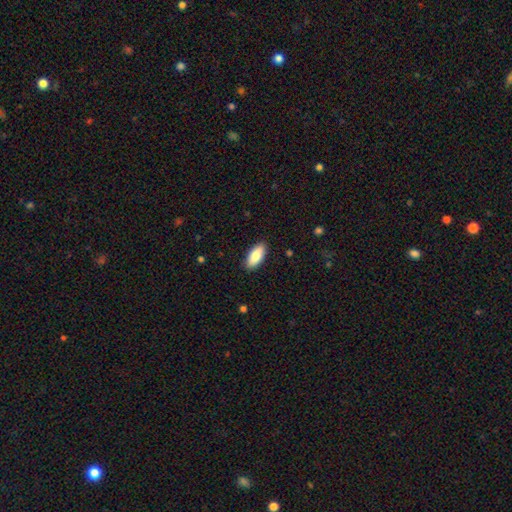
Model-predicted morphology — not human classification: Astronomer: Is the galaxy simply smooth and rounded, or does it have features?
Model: smooth — 85%.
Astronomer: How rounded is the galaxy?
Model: in between — 87%.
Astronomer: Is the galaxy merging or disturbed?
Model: none — 89%.